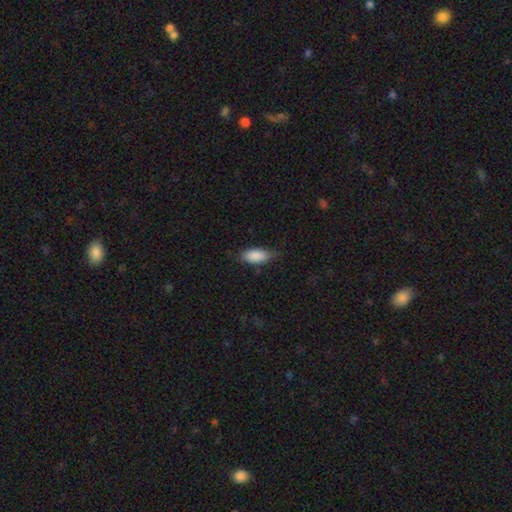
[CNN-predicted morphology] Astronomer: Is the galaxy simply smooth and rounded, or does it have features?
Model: smooth — 88%.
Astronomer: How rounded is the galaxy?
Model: in between — 88%.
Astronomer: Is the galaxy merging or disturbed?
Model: none — 70%.